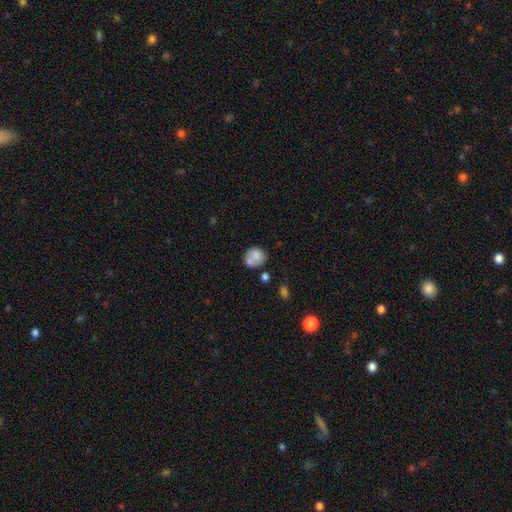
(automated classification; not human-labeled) A smooth galaxy with no disk features (74%) that is round (69%).

Vote fractions:
- Smooth or featured? smooth: 74% / featured or disk: 18% / star or artifact: 8%
- How rounded? round: 69% / in between: 30% / cigar-shaped: 1%
- Merging? none: 43% / merger: 32% / minor disturbance: 17% / major disturbance: 7%